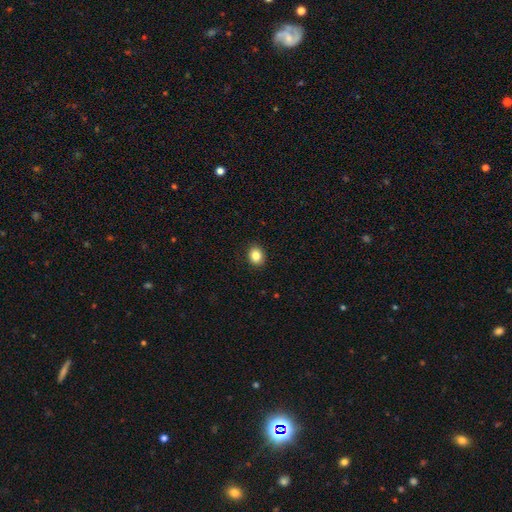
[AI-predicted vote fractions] smooth_or_featured: smooth (p=0.85) [alt: star or artifact p=0.10]
how_rounded: round (p=0.56) [alt: in between p=0.43]
merging: none (p=0.91) [alt: minor disturbance p=0.07]